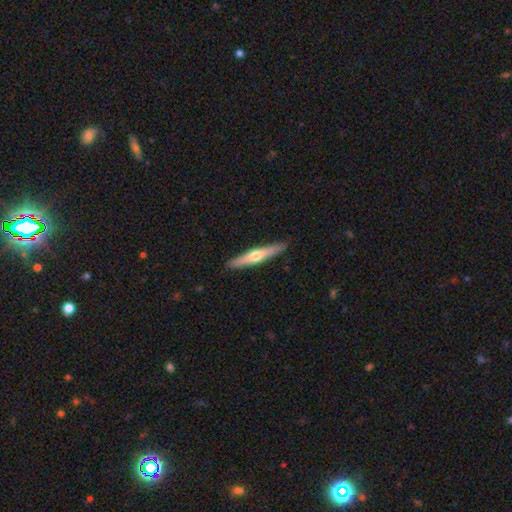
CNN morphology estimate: type=featured or disk (59%); edge-on=yes (96%); edge-on bulge=rounded (91%); merging=none (91%).